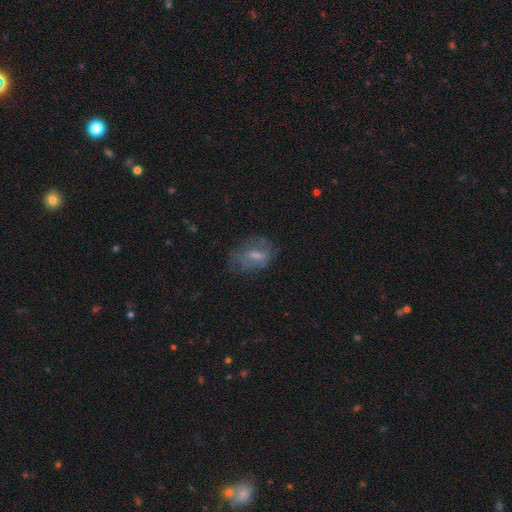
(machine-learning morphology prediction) A featured or disk galaxy (44%).

Vote fractions:
- Smooth or featured? featured or disk: 44% / smooth: 42% / star or artifact: 15%
- Merging? none: 59% / minor disturbance: 23% / major disturbance: 16% / merger: 2%